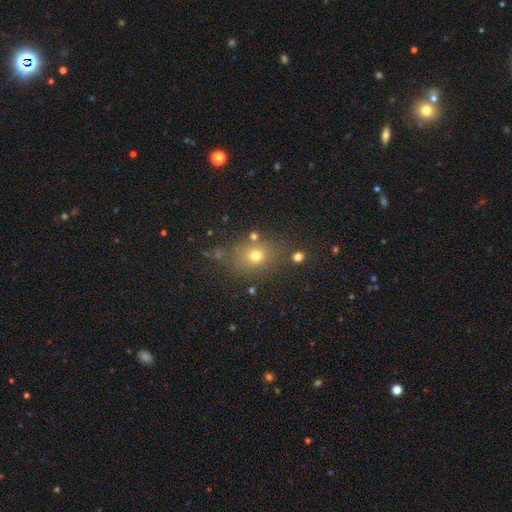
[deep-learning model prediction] Q: Smooth or featured?
A: smooth (69%); runner-up: star or artifact (18%)
Q: How rounded?
A: round (63%); runner-up: in between (35%)
Q: Merging?
A: none (76%); runner-up: minor disturbance (13%)